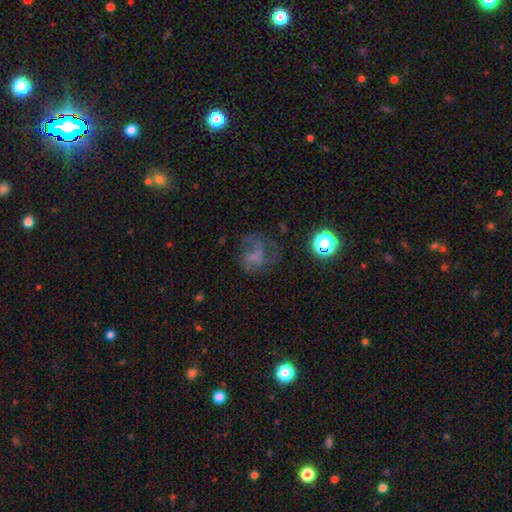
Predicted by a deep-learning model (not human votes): Smooth or featured: featured or disk — 42% (smooth — 36%)
Merging: none — 45% (major disturbance — 33%)